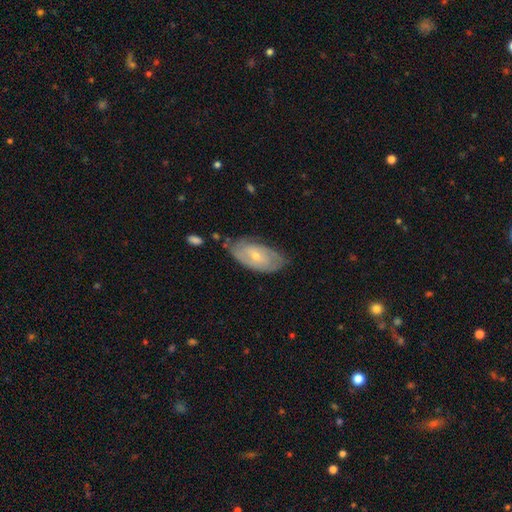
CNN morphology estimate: Overall: featured or disk (59%; smooth 34%). Edge-on disk: no (90%). Bar: no (67%). Spiral arms: yes (71%). Bulge size: small (62%; moderate 35%). Merging: none (65%; minor disturbance 25%).